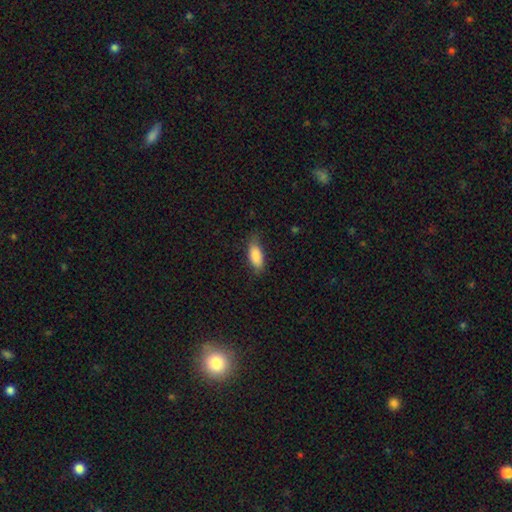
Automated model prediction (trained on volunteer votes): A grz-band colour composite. It shows a smooth galaxy with no disk features (86%) that is in between round and cigar-shaped (82%). Merging: none (67%).